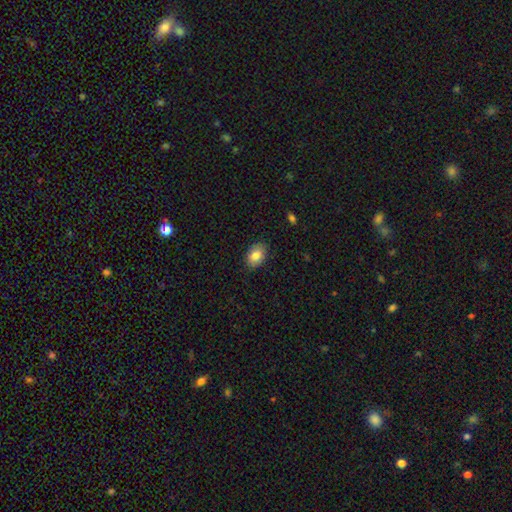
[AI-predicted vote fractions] smooth_or_featured: smooth (p=0.83) [alt: featured or disk p=0.10]
how_rounded: in between (p=0.78) [alt: round p=0.20]
merging: none (p=0.87) [alt: minor disturbance p=0.10]